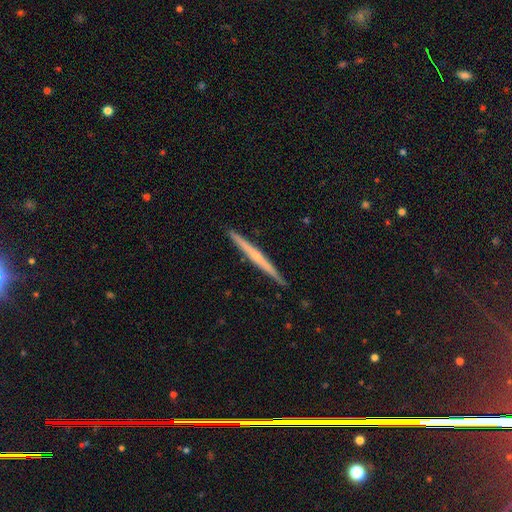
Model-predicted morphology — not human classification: Smooth or featured?
  - featured or disk: 61% *
  - smooth: 34%
  - star or artifact: 6%
Edge-on disk?
  - yes: 98% *
  - no: 2%
Edge-on bulge?
  - none: 62% *
  - rounded: 31%
  - boxy: 6%
Merging?
  - none: 92% *
  - minor disturbance: 6%
  - major disturbance: 1%
  - merger: 1%